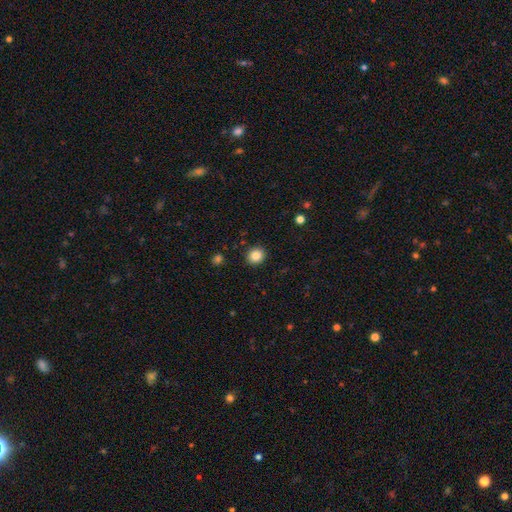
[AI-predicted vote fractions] Overall: smooth (84%). How rounded: round (77%). Merging: none (91%).